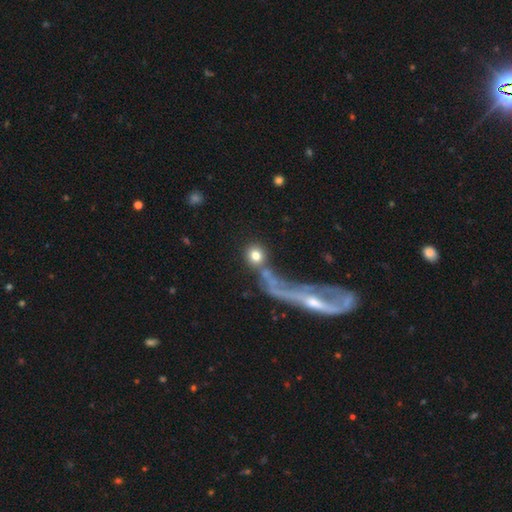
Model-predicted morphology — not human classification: Q: Smooth or featured?
A: smooth (78%); runner-up: featured or disk (12%)
Q: How rounded?
A: round (87%); runner-up: in between (10%)
Q: Merging?
A: none (62%); runner-up: merger (19%)